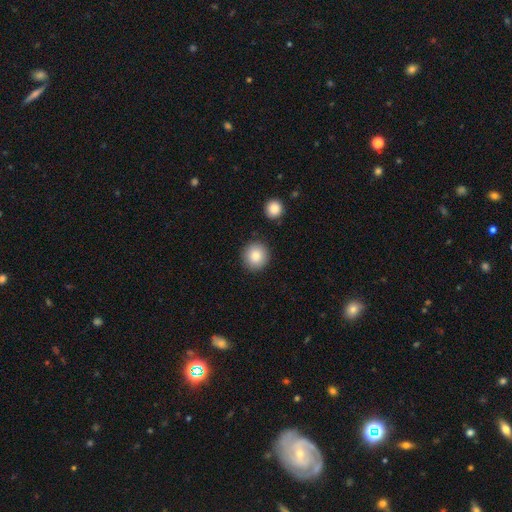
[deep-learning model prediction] Smooth or featured?
  - smooth: 85% *
  - star or artifact: 8%
  - featured or disk: 6%
How rounded?
  - round: 92% *
  - in between: 7%
  - cigar-shaped: 1%
Merging?
  - none: 88% *
  - minor disturbance: 7%
  - merger: 3%
  - major disturbance: 2%